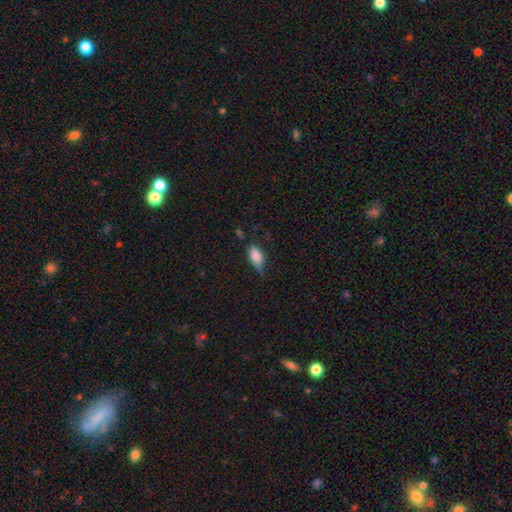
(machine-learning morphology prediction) smooth 81%, featured or disk 11%, star or artifact 8%. Down the decision tree: how rounded — in between (87%); merging — none (47%).